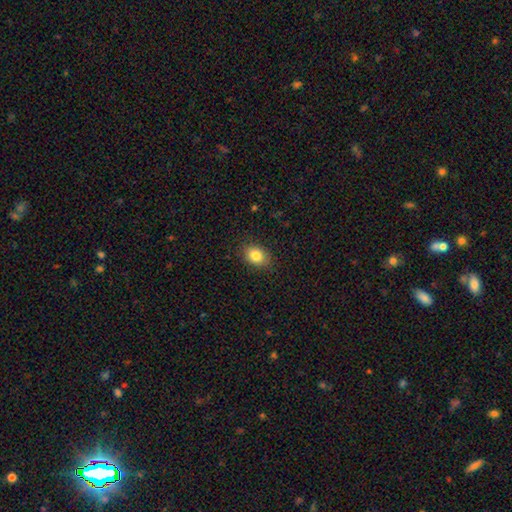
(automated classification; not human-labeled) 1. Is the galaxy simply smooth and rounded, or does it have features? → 84% smooth, 9% star or artifact, 7% featured or disk.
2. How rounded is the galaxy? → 68% in between, 31% round, 1% cigar-shaped.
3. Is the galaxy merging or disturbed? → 87% none, 10% minor disturbance, 2% major disturbance, 1% merger.